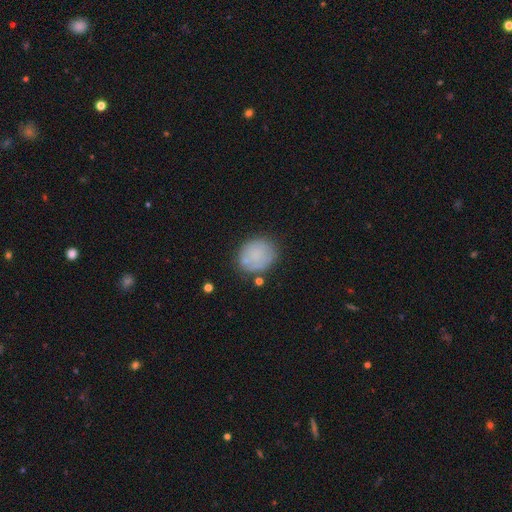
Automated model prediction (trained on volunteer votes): Smooth or featured? smooth (73%)
How rounded? round (71%)
Merging? none (68%)